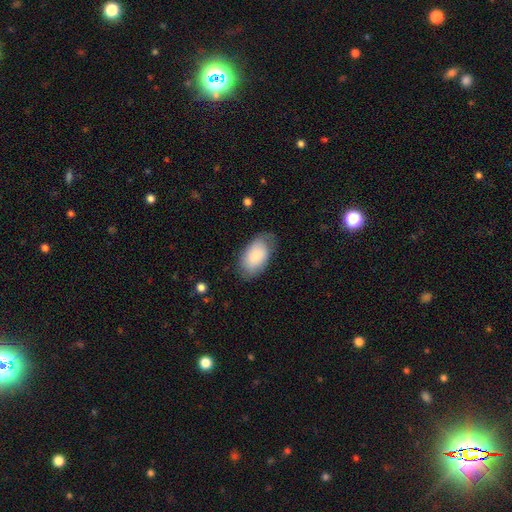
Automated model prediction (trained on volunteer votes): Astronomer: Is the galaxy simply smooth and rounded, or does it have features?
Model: smooth — 79%.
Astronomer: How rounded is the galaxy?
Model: in between — 94%.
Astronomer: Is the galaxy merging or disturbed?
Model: none — 68%.